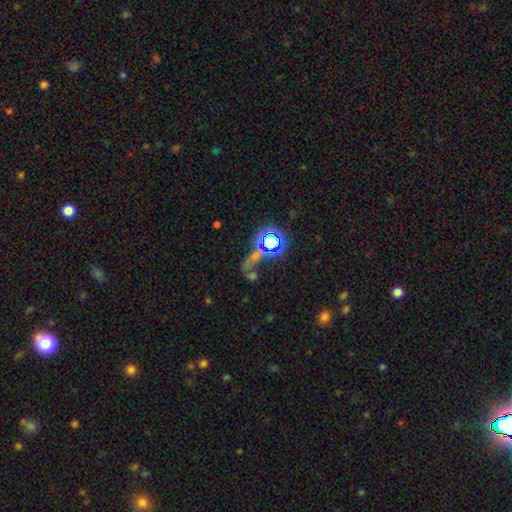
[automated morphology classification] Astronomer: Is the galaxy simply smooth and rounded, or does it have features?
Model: star or artifact — 58%.